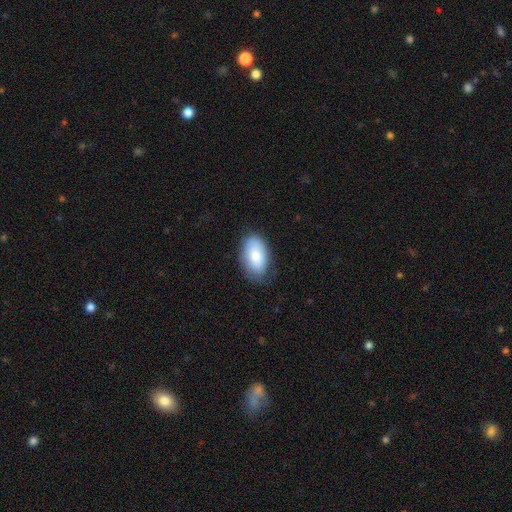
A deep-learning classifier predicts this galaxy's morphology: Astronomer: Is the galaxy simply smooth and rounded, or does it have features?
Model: smooth — 81%.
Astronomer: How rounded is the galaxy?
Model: in between — 93%.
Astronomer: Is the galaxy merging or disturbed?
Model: none — 77%.